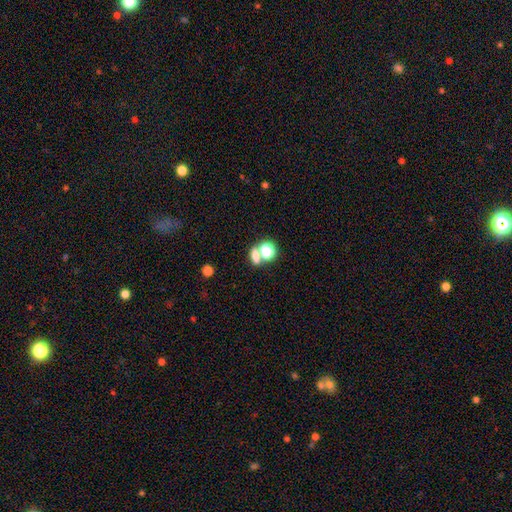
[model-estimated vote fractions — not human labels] Smooth or featured? Predicted: smooth (p=0.67). How rounded? Predicted: round (p=0.51). Merging? Predicted: none (p=0.52).